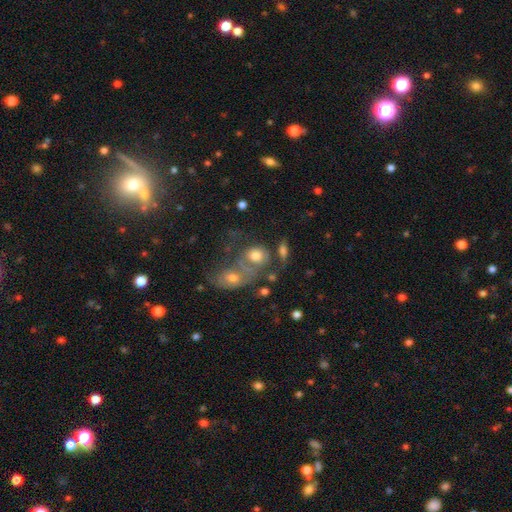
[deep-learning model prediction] smooth_or_featured: smooth (p=0.64) [alt: featured or disk p=0.26]
how_rounded: round (p=0.50) [alt: in between p=0.48]
merging: merger (p=0.48) [alt: none p=0.24]